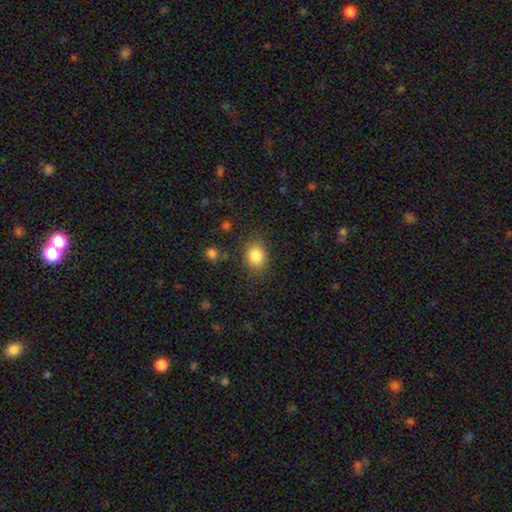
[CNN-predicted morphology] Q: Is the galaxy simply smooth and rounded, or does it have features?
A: smooth — 84%.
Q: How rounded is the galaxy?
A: in between — 54%.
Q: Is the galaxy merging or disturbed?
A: none — 82%.